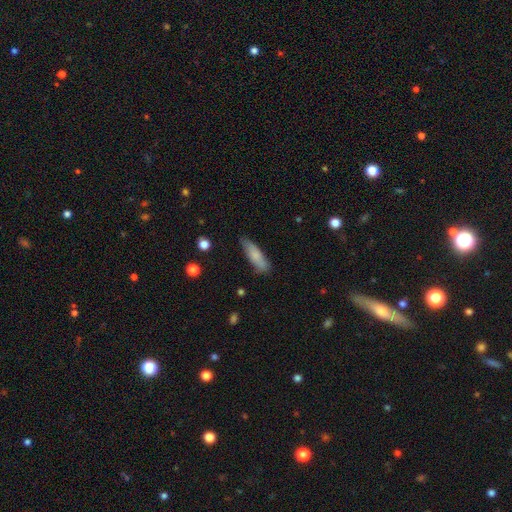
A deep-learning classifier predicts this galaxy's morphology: Smooth or featured: smooth — 77% (featured or disk — 17%)
How rounded: cigar-shaped — 55% (in between — 43%)
Merging: none — 74% (minor disturbance — 20%)